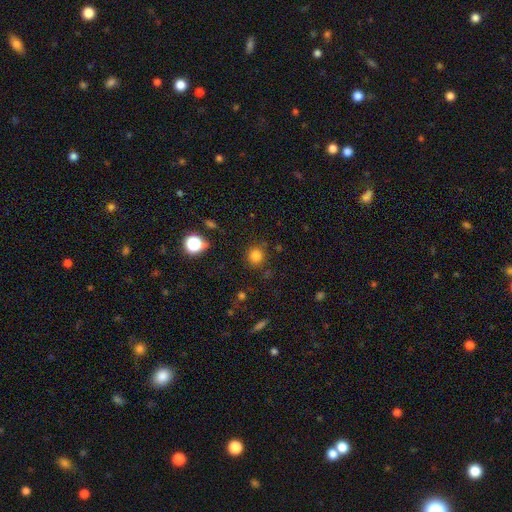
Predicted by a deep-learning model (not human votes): Smooth or featured? Predicted: smooth (p=0.80). How rounded? Predicted: round (p=0.90). Merging? Predicted: none (p=0.84).